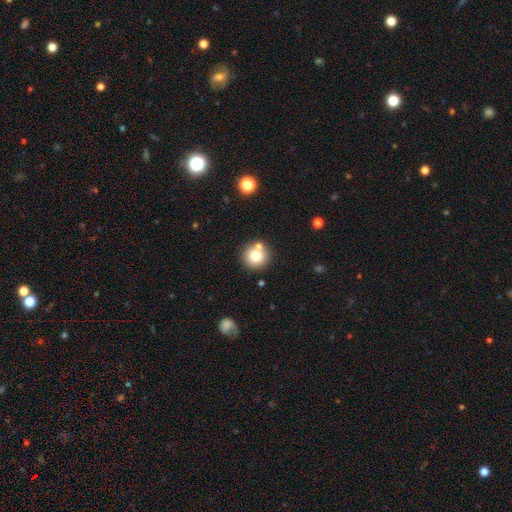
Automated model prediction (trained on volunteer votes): Smooth or featured?
  - smooth: 75% *
  - featured or disk: 14%
  - star or artifact: 11%
How rounded?
  - round: 94% *
  - in between: 5%
  - cigar-shaped: 1%
Merging?
  - none: 73% *
  - merger: 16%
  - minor disturbance: 8%
  - major disturbance: 2%